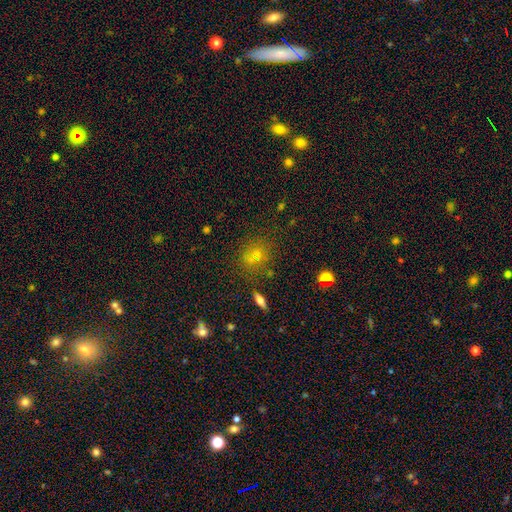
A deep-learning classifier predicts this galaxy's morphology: smooth-or-featured: smooth: 62% | star or artifact: 27% | featured or disk: 12%
  how-rounded: round: 70% | in between: 28% | cigar-shaped: 2%
  merging: none: 73% | minor disturbance: 12% | merger: 10% | major disturbance: 5%